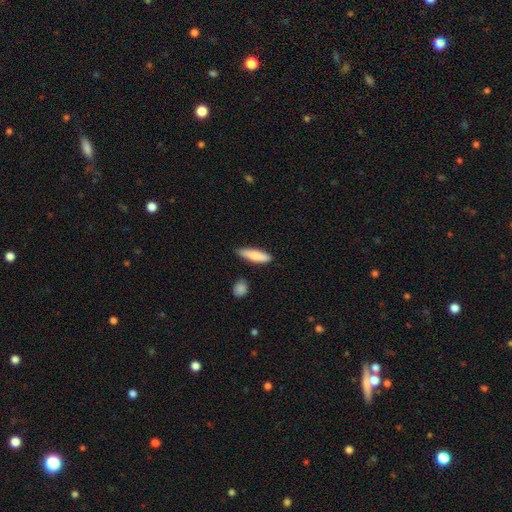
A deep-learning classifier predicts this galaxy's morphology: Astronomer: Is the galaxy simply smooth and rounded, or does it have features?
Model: smooth — 77%.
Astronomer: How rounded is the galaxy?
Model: cigar-shaped — 64%.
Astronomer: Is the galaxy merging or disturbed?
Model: none — 85%.